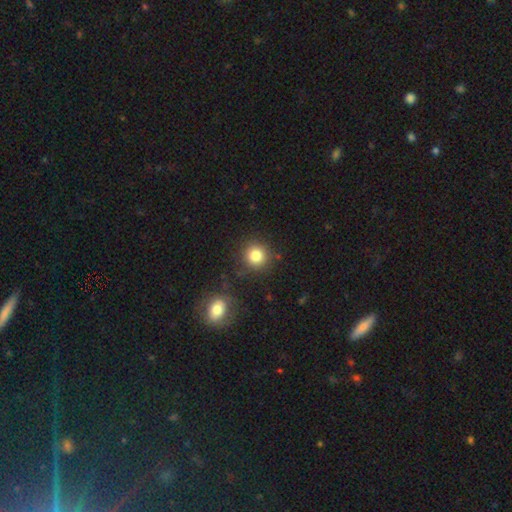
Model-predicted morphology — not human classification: Overall: smooth (83%). How rounded: round (92%). Merging: none (85%).